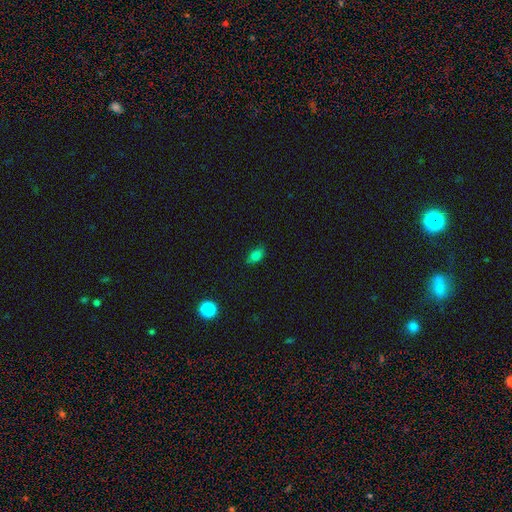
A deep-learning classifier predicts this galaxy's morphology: Smooth or featured: smooth — 80% (star or artifact — 14%)
How rounded: in between — 87% (round — 9%)
Merging: none — 80% (minor disturbance — 16%)